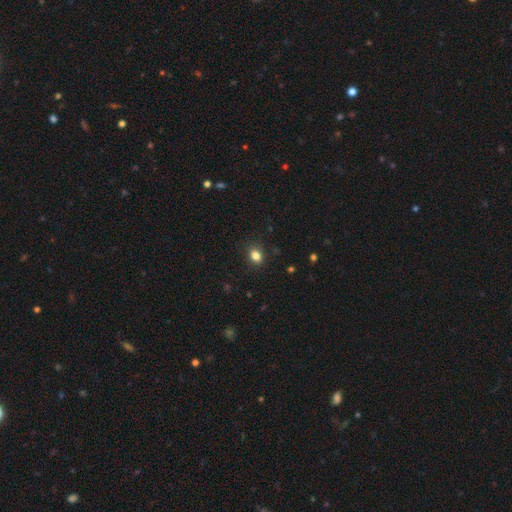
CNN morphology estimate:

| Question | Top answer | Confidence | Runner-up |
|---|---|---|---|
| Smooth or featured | smooth | 83% | star or artifact (12%) |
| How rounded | round | 51% | in between (48%) |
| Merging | none | 87% | minor disturbance (10%) |